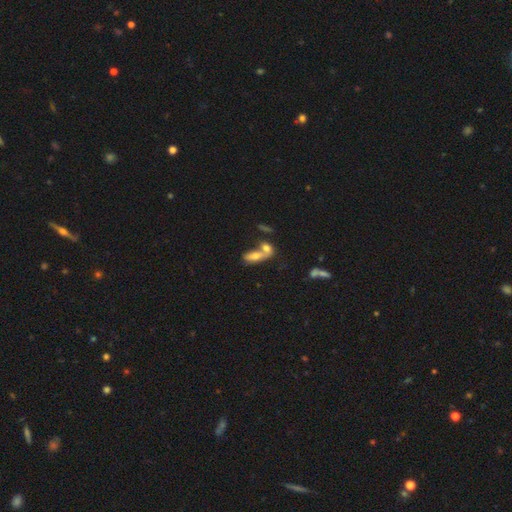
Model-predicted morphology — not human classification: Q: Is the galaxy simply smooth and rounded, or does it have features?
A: smooth — 63%.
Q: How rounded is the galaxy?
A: in between — 74%.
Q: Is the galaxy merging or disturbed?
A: merger — 62%.